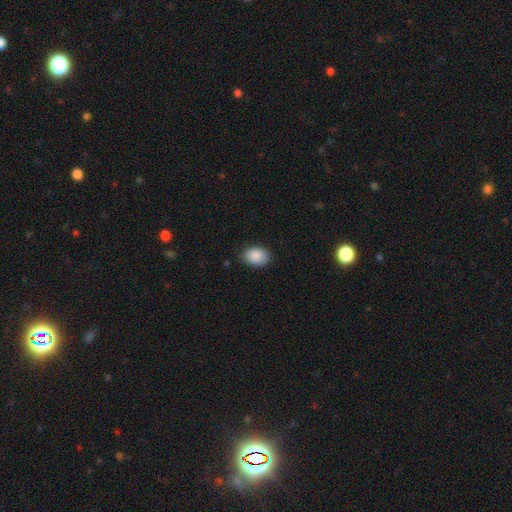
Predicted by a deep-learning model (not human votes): The model was most divided on "how rounded": in between: 71%, round: 28%, cigar-shaped: 1%. More confident: smooth or featured — smooth (89%); merging — none (82%).